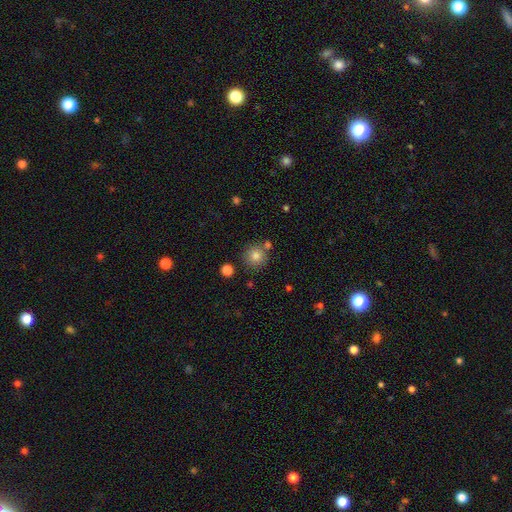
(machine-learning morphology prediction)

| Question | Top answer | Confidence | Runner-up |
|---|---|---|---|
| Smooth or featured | smooth | 82% | star or artifact (11%) |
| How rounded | round | 92% | in between (7%) |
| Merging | none | 78% | minor disturbance (10%) |